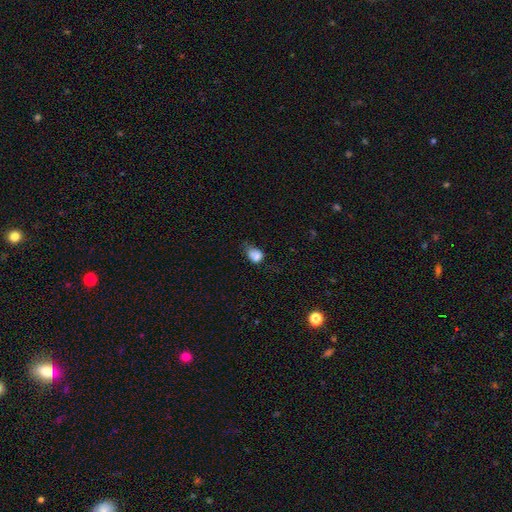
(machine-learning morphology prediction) A smooth galaxy with no disk features (79%) that is in between round and cigar-shaped (59%).

Vote fractions:
- Smooth or featured? smooth: 79% / star or artifact: 11% / featured or disk: 10%
- How rounded? in between: 59% / round: 39% / cigar-shaped: 1%
- Merging? minor disturbance: 39% / none: 31% / major disturbance: 25% / merger: 5%